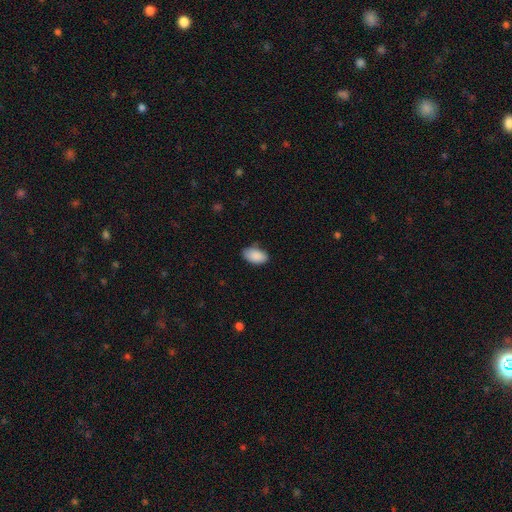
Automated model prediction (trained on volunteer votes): smooth 89%, star or artifact 6%, featured or disk 4%. Down the decision tree: how rounded — in between (93%); merging — none (75%).